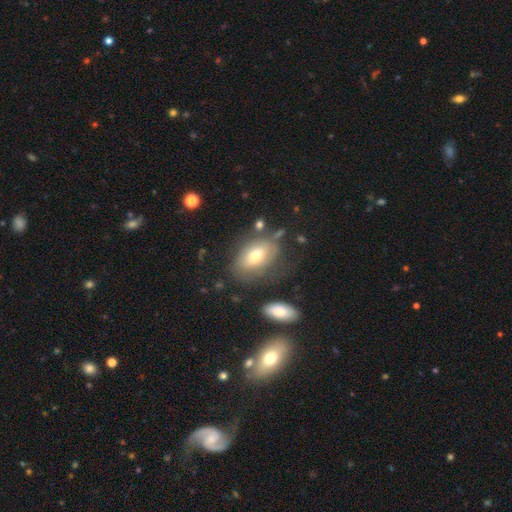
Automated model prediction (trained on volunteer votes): A smooth galaxy with no disk features (65%) that is in between round and cigar-shaped (90%). Merging: none (61%).